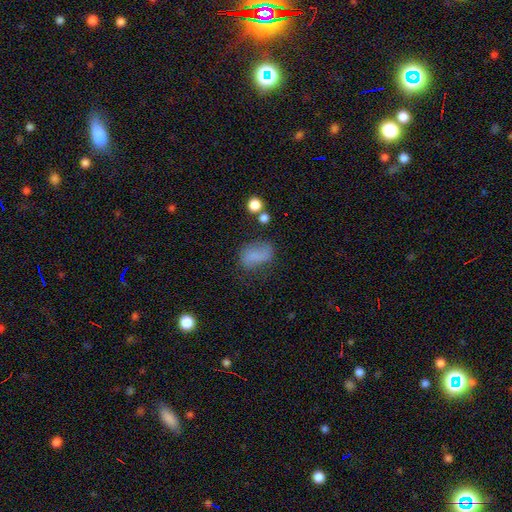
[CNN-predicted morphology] type=smooth (69%); roundness=in between (82%); merging=none (55%).